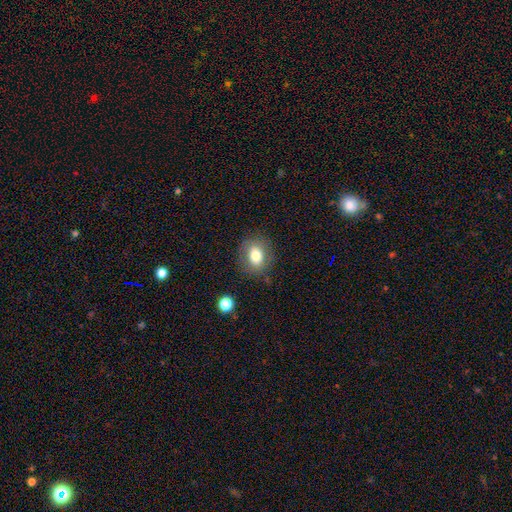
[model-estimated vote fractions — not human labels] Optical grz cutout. It shows a smooth galaxy with no disk features (74%) that is round (52%). Merging: none (80%).